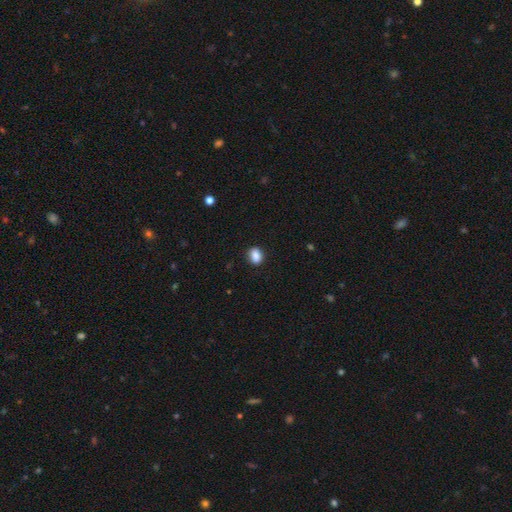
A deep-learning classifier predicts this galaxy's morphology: Smooth or featured? Predicted: smooth (p=0.87). How rounded? Predicted: in between (p=0.64). Merging? Predicted: none (p=0.86).